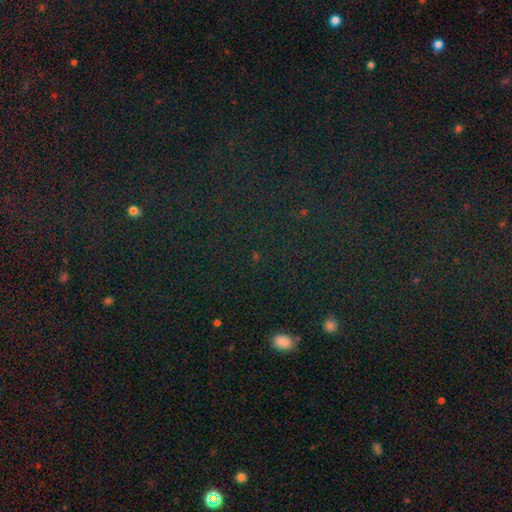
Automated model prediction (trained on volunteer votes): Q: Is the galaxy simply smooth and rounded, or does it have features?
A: star or artifact — 71%.